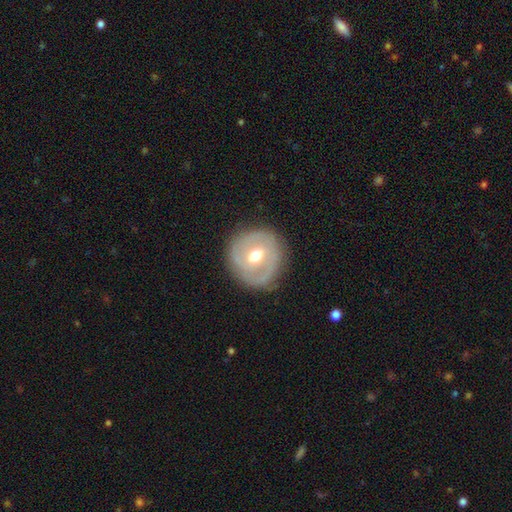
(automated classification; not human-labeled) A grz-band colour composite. It shows a featured or disk galaxy (58%) with a weak bar (46%), no spiral arms (50%, tied with yes) and a moderate central bulge (79%). Merging: none (79%).